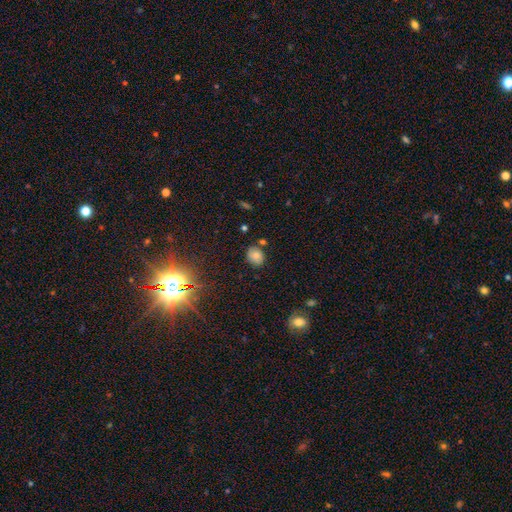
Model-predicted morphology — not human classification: Smooth or featured? Predicted: smooth (p=0.74). How rounded? Predicted: round (p=0.54). Merging? Predicted: none (p=0.76).